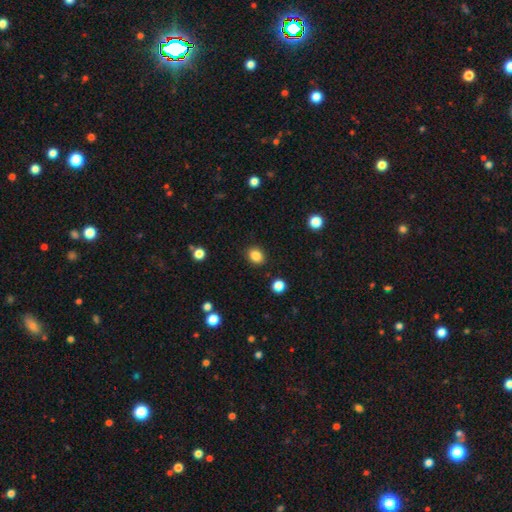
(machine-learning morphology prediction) smooth_or_featured: smooth (p=0.85) [alt: star or artifact p=0.10]
how_rounded: round (p=0.50) [alt: in between p=0.49]
merging: none (p=0.89) [alt: minor disturbance p=0.07]